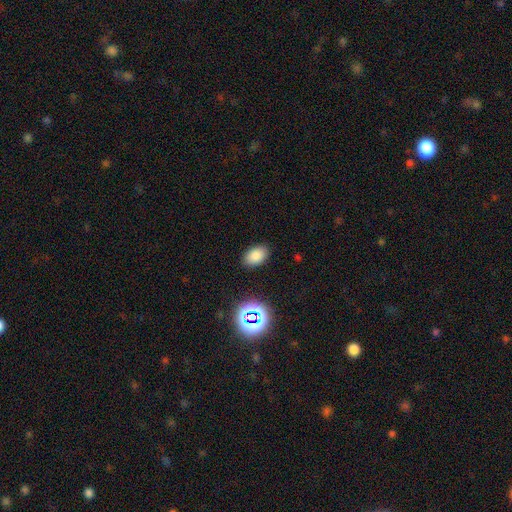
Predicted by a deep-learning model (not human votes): This appears to be a smooth galaxy with no disk features (80%) that is in between round and cigar-shaped (85%). Merging: none (86%).